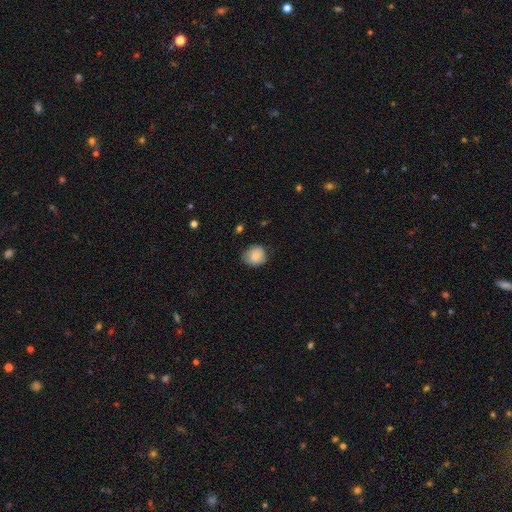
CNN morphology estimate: smooth 83%, featured or disk 9%, star or artifact 8%. Down the decision tree: how rounded — round (80%); merging — none (69%).